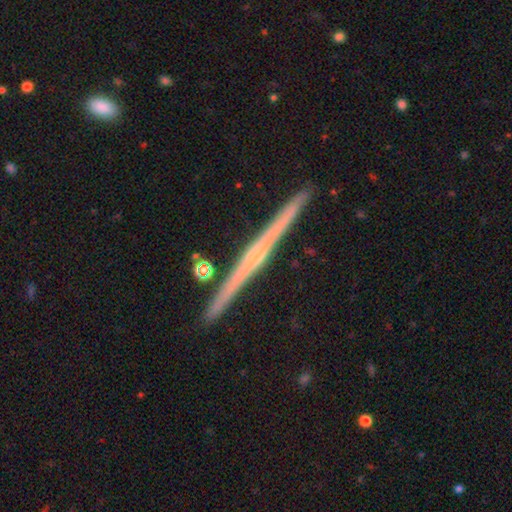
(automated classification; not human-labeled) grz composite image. It shows a featured or disk galaxy (83%) viewed edge-on (99%) with a rounded central bulge (66%). Merging: none (92%).